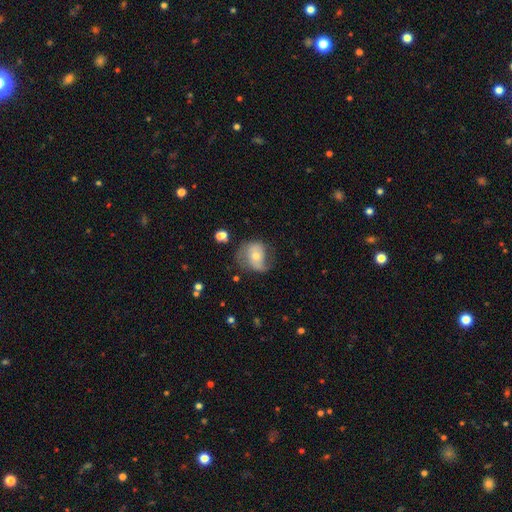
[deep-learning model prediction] Smooth or featured: featured or disk — 55% (smooth — 37%)
Edge-on disk: no — 96% (yes — 4%)
Bar: no — 63% (weak — 25%)
Spiral arms: yes — 75% (no — 25%)
Bulge size: small — 49% (moderate — 46%)
Merging: none — 47% (minor disturbance — 28%)